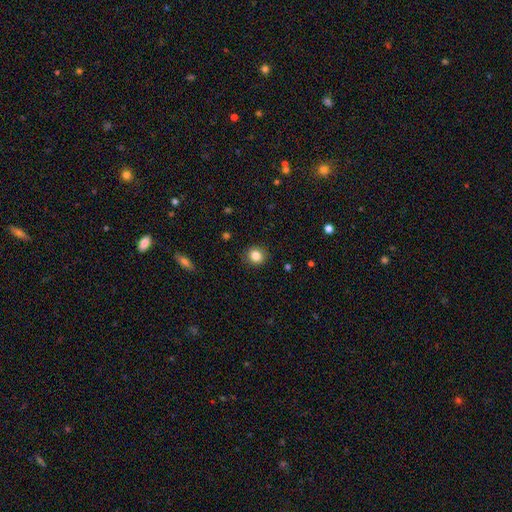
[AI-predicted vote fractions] This is clearly a smooth galaxy (84%). How rounded: clearly round (84%). Merging: clearly none (89%).